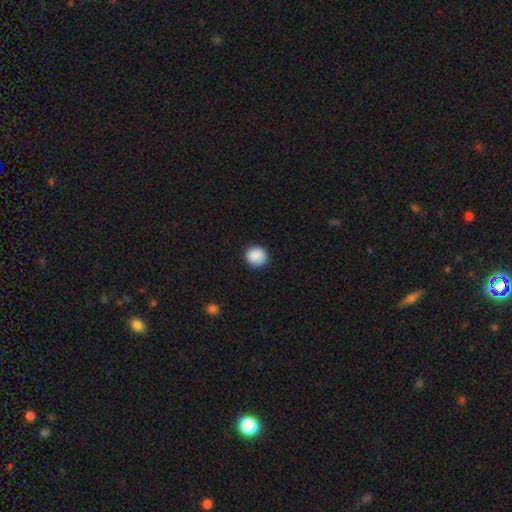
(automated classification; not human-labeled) Smooth or featured? Predicted: smooth (p=0.89). How rounded? Predicted: round (p=0.90). Merging? Predicted: none (p=0.90).